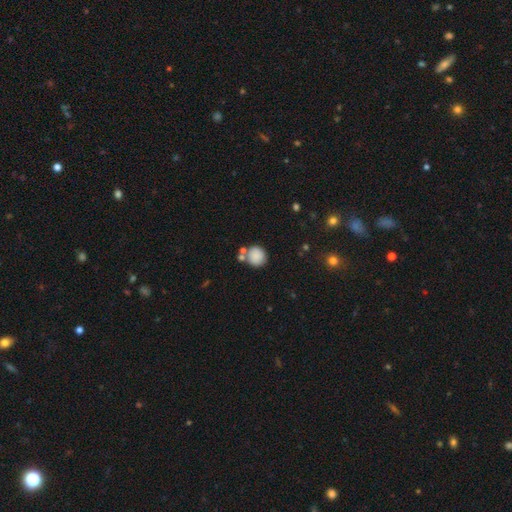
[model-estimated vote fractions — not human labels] This is clearly a smooth galaxy (85%). How rounded: clearly round (87%). Merging: likely none (67%).